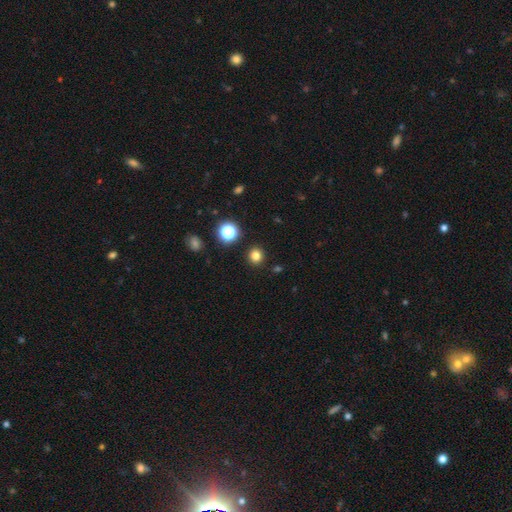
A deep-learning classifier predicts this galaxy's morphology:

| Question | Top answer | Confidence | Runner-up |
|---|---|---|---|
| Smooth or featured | smooth | 80% | star or artifact (16%) |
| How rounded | round | 86% | in between (13%) |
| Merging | none | 90% | minor disturbance (5%) |